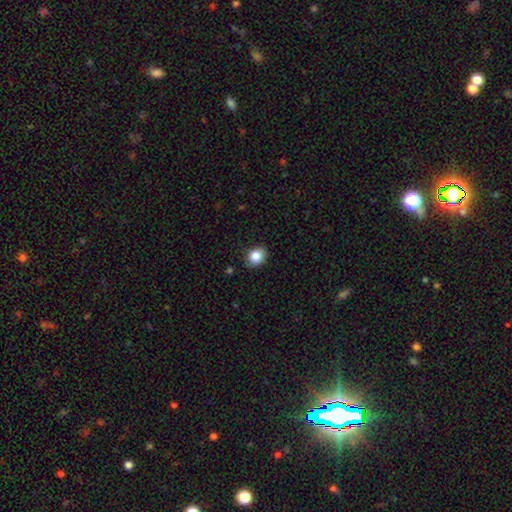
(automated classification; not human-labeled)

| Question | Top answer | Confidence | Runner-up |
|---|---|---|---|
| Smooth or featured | smooth | 86% | star or artifact (9%) |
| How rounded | round | 60% | in between (39%) |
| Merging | none | 84% | minor disturbance (13%) |